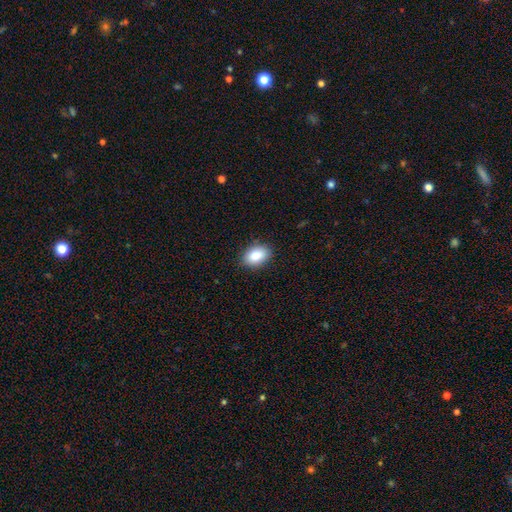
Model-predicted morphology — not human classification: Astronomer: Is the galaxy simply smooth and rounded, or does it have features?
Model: smooth — 86%.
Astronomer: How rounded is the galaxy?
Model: in between — 82%.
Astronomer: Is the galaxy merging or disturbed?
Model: none — 87%.